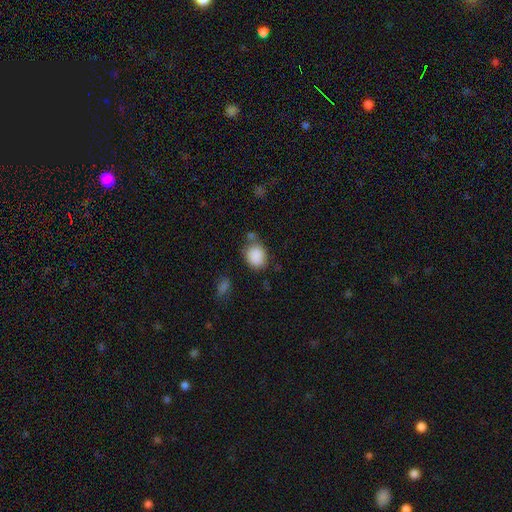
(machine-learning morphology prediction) This is clearly a smooth galaxy (88%). How rounded: possibly round (54%). Merging: likely none (65%).